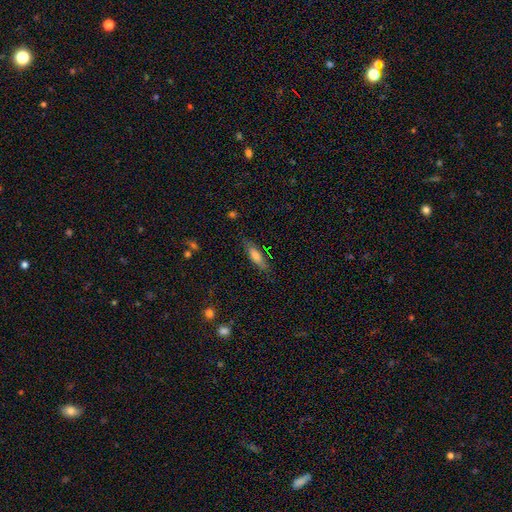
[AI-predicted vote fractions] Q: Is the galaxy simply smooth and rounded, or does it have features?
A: smooth — 66%.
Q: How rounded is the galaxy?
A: cigar-shaped — 60%.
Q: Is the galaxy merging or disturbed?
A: none — 80%.